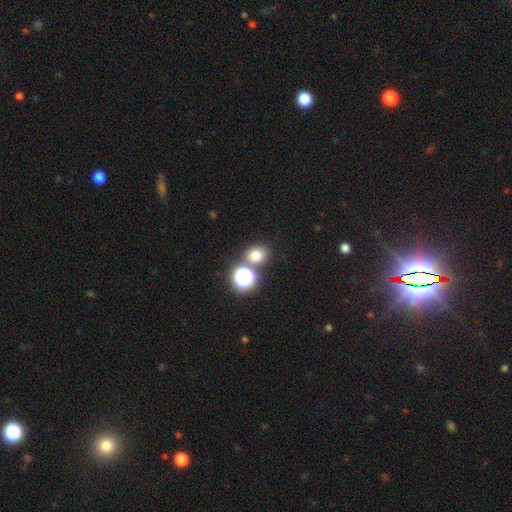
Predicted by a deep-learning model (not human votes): This is likely a smooth galaxy (73%). How rounded: likely round (69%). Merging: likely none (67%).